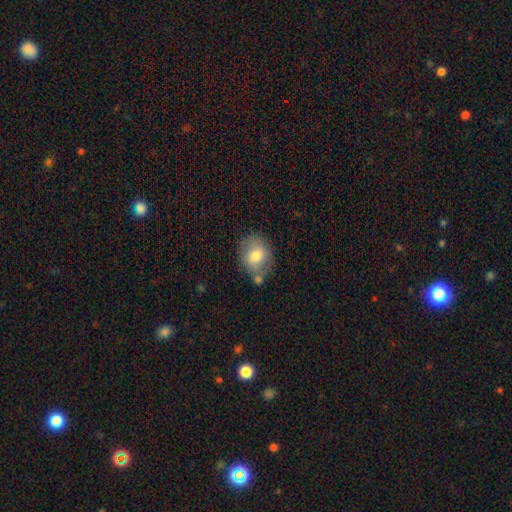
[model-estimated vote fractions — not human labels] A smooth galaxy with no disk features (74%) that is round (50%). Merging: none (62%).